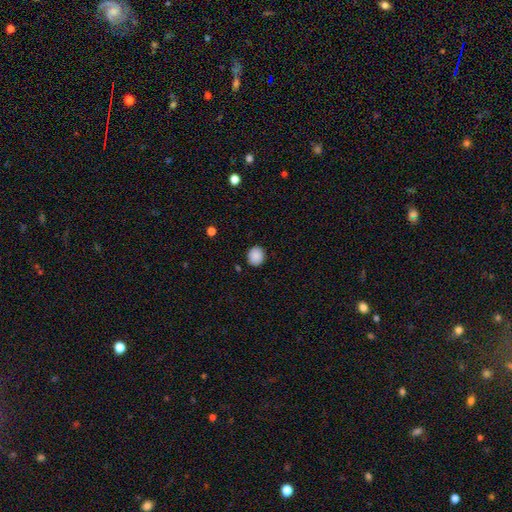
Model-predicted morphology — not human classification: type=smooth (88%); roundness=round (73%); merging=none (88%).